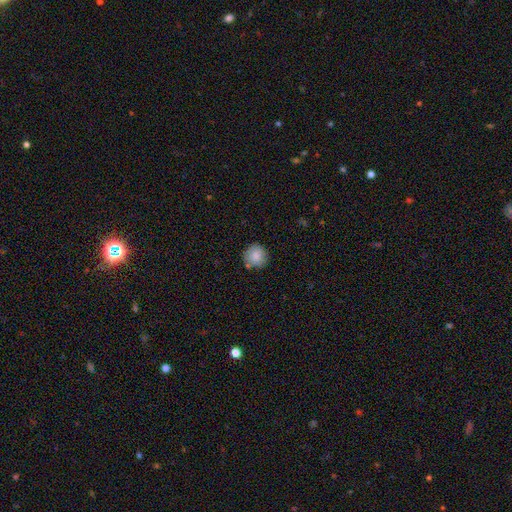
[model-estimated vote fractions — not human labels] smooth 84%, star or artifact 8%, featured or disk 7%. Down the decision tree: how rounded — round (93%); merging — none (80%).